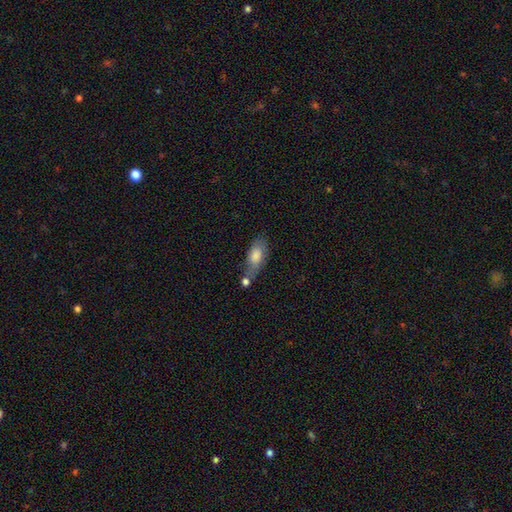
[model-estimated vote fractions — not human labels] smooth_or_featured: smooth (p=0.75) [alt: featured or disk p=0.18]
how_rounded: in between (p=0.78) [alt: cigar-shaped p=0.17]
merging: none (p=0.47) [alt: minor disturbance p=0.24]